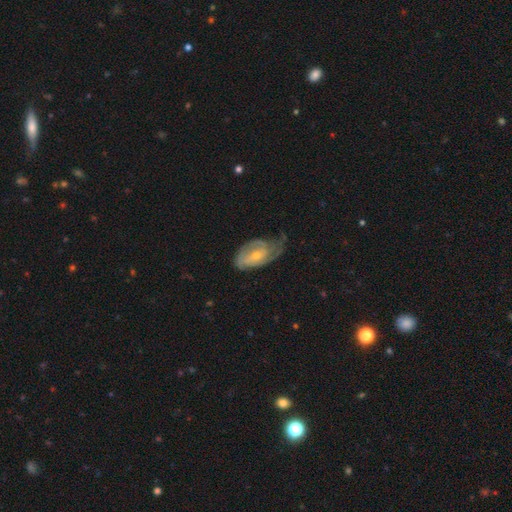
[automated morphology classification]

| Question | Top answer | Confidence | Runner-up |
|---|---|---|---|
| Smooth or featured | featured or disk | 71% | smooth (24%) |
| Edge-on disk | no | 95% | yes (5%) |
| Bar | no | 54% | weak (36%) |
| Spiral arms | yes | 87% | no (13%) |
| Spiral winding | tight | 45% | medium (37%) |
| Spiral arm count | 2 | 42% | can't tell (27%) |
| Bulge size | small | 55% | moderate (41%) |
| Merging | none | 38% | minor disturbance (34%) |